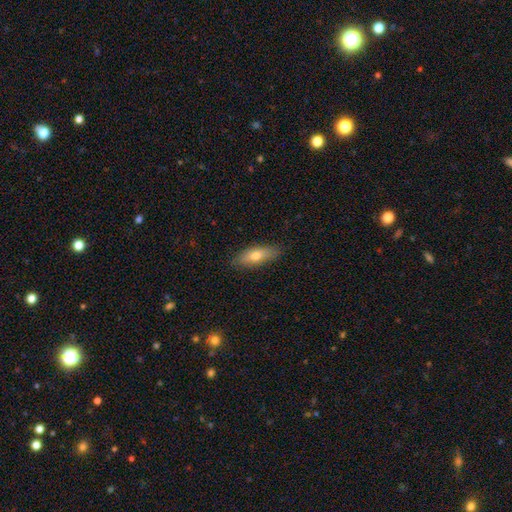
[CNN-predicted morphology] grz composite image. It shows a smooth galaxy with no disk features (71%) that is in between round and cigar-shaped (64%). Merging: none (83%).